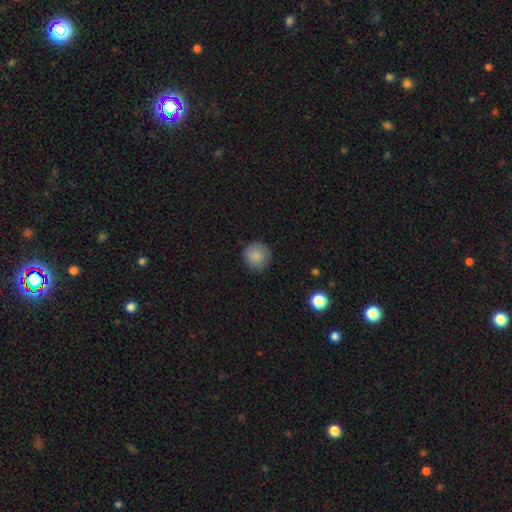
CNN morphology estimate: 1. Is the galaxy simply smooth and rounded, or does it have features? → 86% smooth, 9% star or artifact, 5% featured or disk.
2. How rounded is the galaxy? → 93% round, 6% in between, 1% cigar-shaped.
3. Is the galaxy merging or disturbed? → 86% none, 10% minor disturbance, 2% major disturbance, 1% merger.